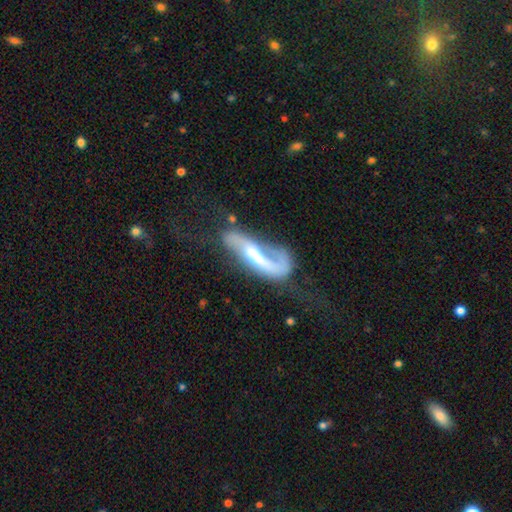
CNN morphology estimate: Smooth or featured? featured or disk (72%)
Edge-on disk? no (85%)
Bar? strong (41%)
Spiral arms? yes (82%)
Spiral winding? loose (63%)
Spiral arm count? 2 (55%)
Bulge size? moderate (51%)
Merging? none (36%, tied with major disturbance)